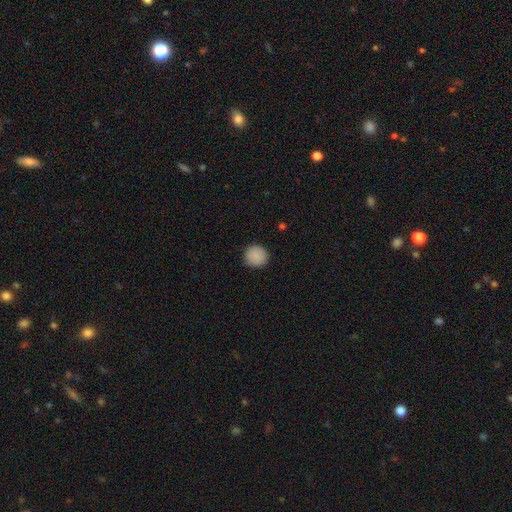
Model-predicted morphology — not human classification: smooth-or-featured: smooth: 89% | star or artifact: 8% | featured or disk: 4%
  how-rounded: round: 92% | in between: 7% | cigar-shaped: 1%
  merging: none: 89% | minor disturbance: 8% | major disturbance: 2% | merger: 1%